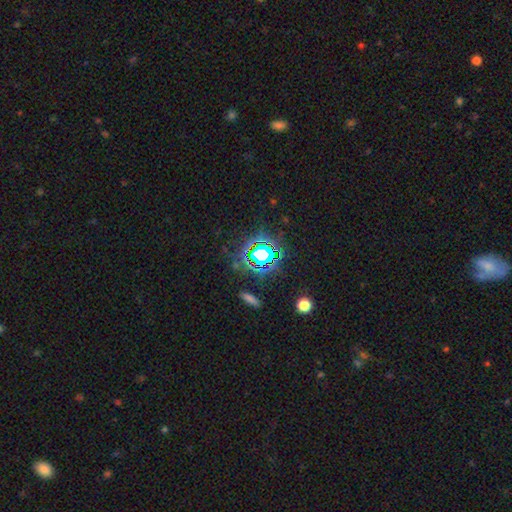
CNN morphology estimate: Smooth or featured? Predicted: star or artifact (p=0.78).